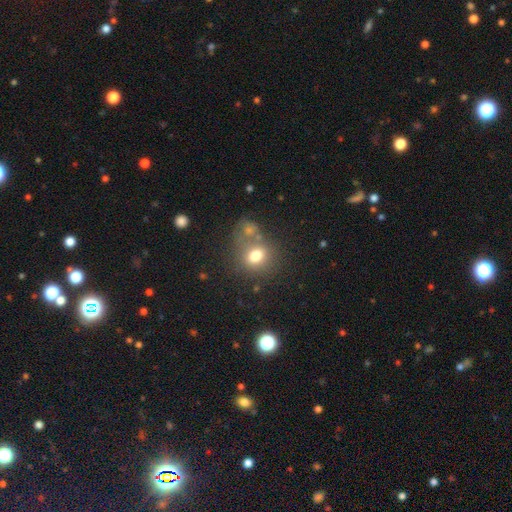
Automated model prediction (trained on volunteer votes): Smooth or featured? smooth (74%)
How rounded? round (64%)
Merging? none (55%)